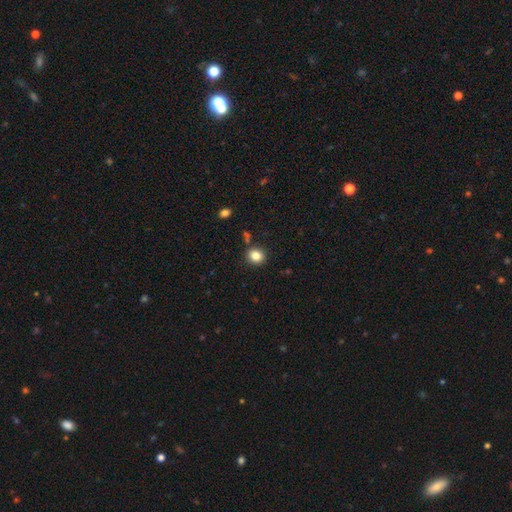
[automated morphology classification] This appears to be a smooth galaxy with no disk features (83%) that is round (81%). Merging: none (87%).